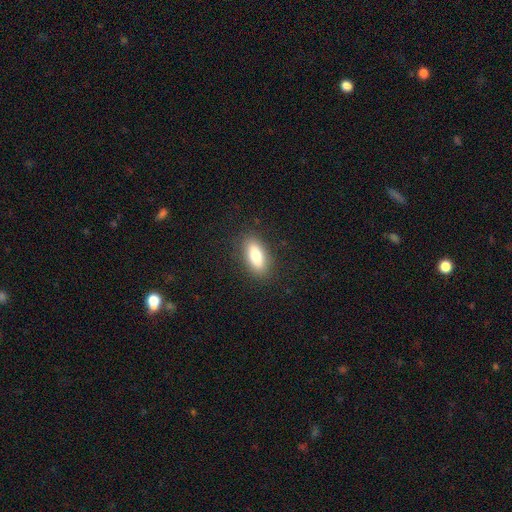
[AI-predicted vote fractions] Smooth or featured?
  - smooth: 76% *
  - featured or disk: 17%
  - star or artifact: 7%
How rounded?
  - in between: 74% *
  - cigar-shaped: 23%
  - round: 3%
Merging?
  - none: 87% *
  - minor disturbance: 9%
  - major disturbance: 3%
  - merger: 1%